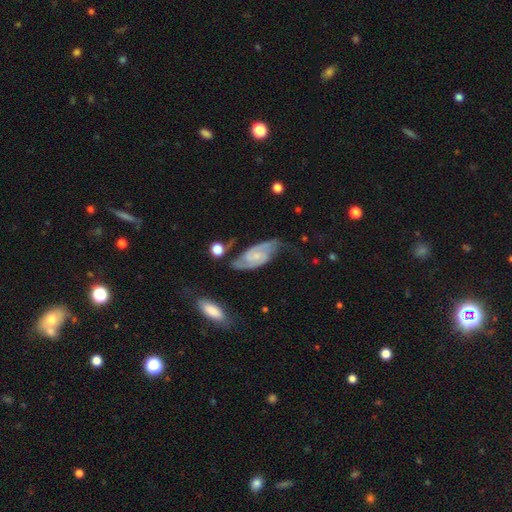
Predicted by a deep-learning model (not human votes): Smooth or featured? Predicted: featured or disk (p=0.84). Edge-on disk? Predicted: no (p=0.95). Bar? Predicted: no (p=0.48). Spiral arms? Predicted: yes (p=0.96). Spiral winding? Predicted: medium (p=0.48). Spiral arm count? Predicted: 2 (p=0.89). Bulge size? Predicted: small (p=0.64). Merging? Predicted: none (p=0.60).